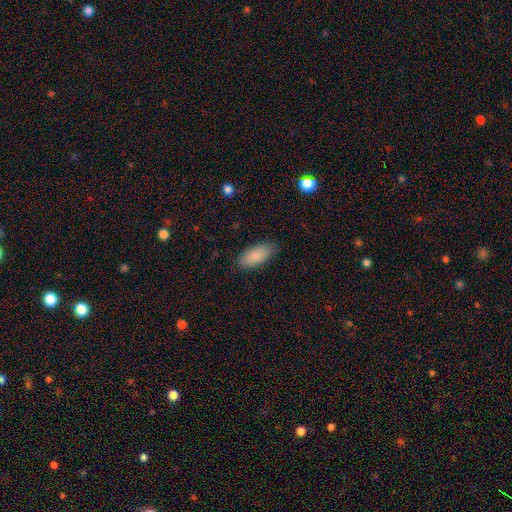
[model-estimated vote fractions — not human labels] Smooth or featured? smooth (88%)
How rounded? in between (88%)
Merging? none (85%)